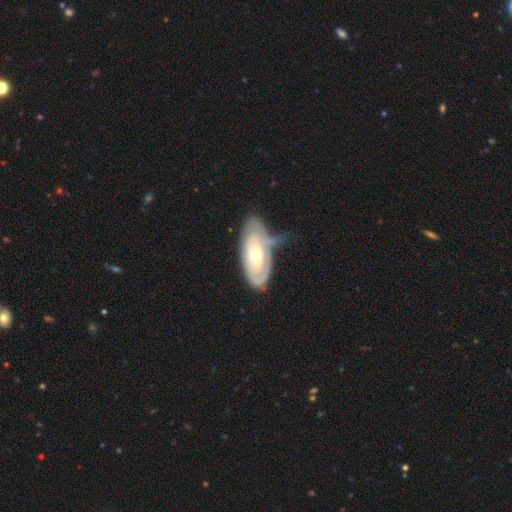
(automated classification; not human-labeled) smooth_or_featured: featured or disk (p=0.60) [alt: smooth p=0.35]
disk_edge_on: no (p=0.88) [alt: yes p=0.12]
bar: no (p=0.78) [alt: weak p=0.17]
has_spiral_arms: yes (p=0.52) [alt: no p=0.48]
bulge_size: moderate (p=0.66) [alt: small p=0.27]
merging: none (p=0.34) [alt: minor disturbance p=0.28]